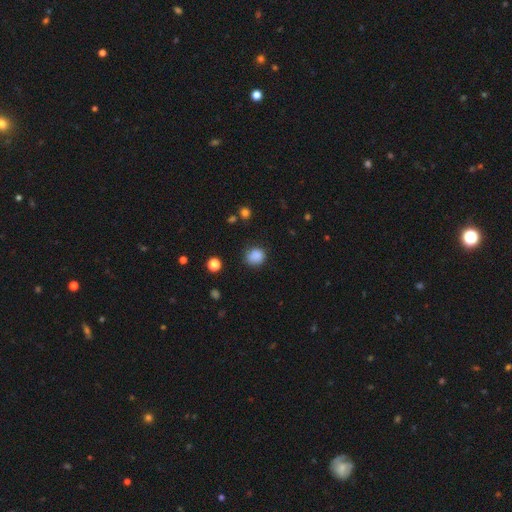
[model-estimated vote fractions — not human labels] smooth-or-featured: smooth: 85% | star or artifact: 11% | featured or disk: 4%
  how-rounded: round: 80% | in between: 19% | cigar-shaped: 1%
  merging: none: 76% | minor disturbance: 17% | major disturbance: 5% | merger: 2%